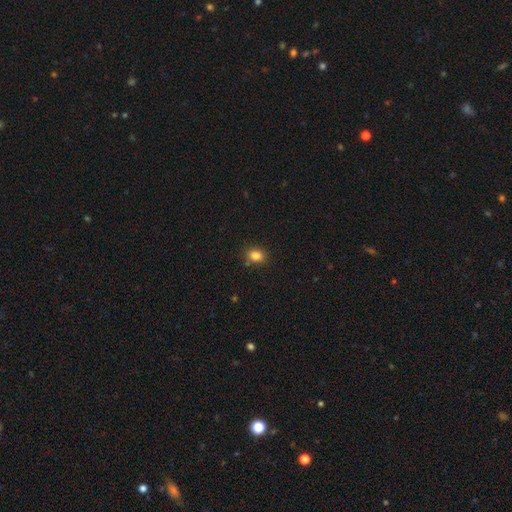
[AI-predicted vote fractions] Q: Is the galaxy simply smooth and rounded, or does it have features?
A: smooth — 83%.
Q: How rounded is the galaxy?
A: in between — 56%.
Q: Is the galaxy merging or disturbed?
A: none — 80%.